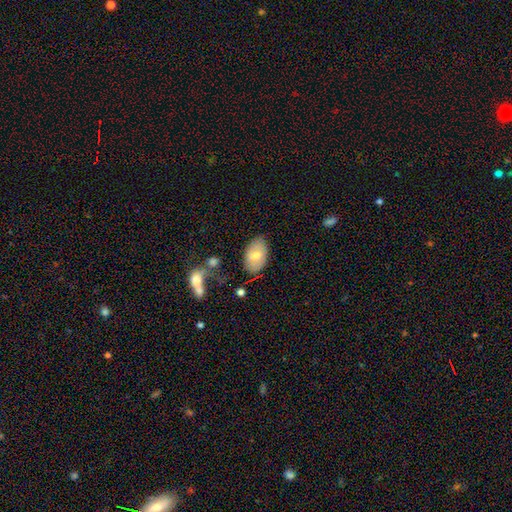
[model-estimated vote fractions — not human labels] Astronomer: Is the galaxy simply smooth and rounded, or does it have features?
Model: smooth — 71%.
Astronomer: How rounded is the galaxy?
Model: in between — 92%.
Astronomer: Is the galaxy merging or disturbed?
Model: none — 77%.